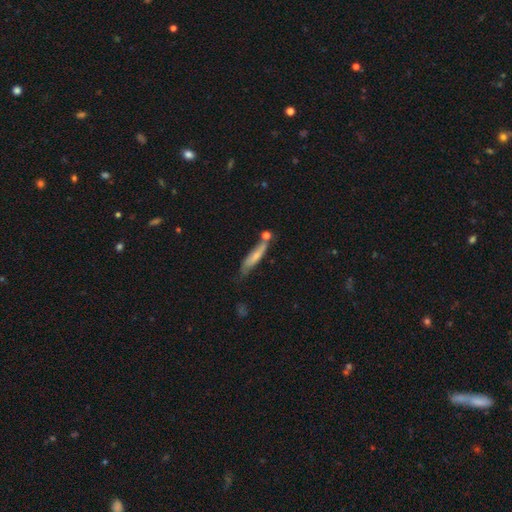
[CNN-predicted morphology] Q: Smooth or featured?
A: smooth (61%); runner-up: featured or disk (32%)
Q: How rounded?
A: cigar-shaped (84%); runner-up: in between (15%)
Q: Merging?
A: none (53%); runner-up: minor disturbance (24%)